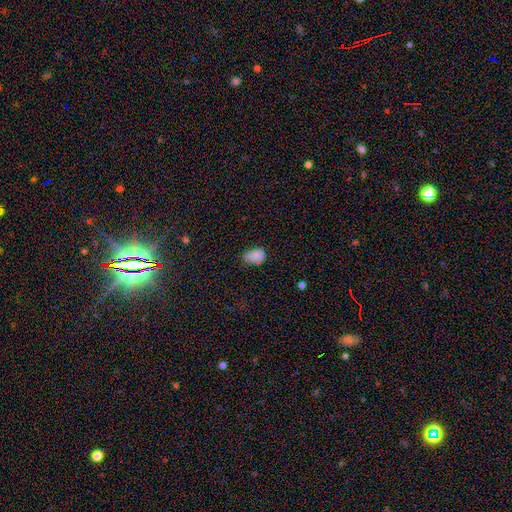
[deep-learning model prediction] Smooth or featured? Predicted: smooth (p=0.83). How rounded? Predicted: in between (p=0.77). Merging? Predicted: none (p=0.52).